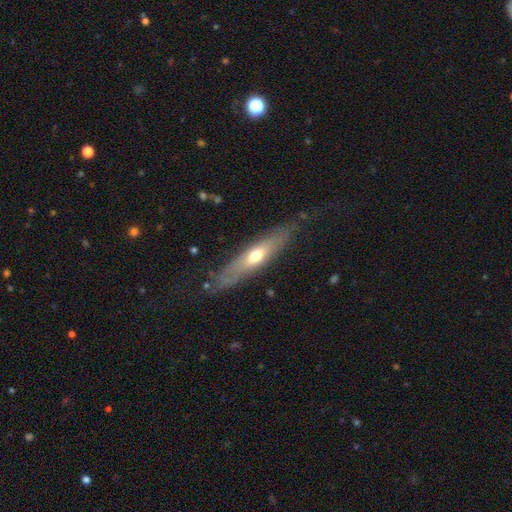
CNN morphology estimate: Smooth or featured? Predicted: featured or disk (p=0.62). Edge-on disk? Predicted: yes (p=0.70). Merging? Predicted: none (p=0.70).